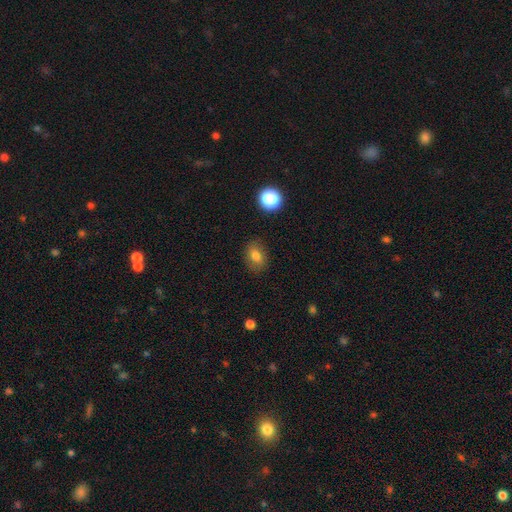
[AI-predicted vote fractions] Morphology: type=smooth (77%); roundness=in between (73%); merging=none (83%).